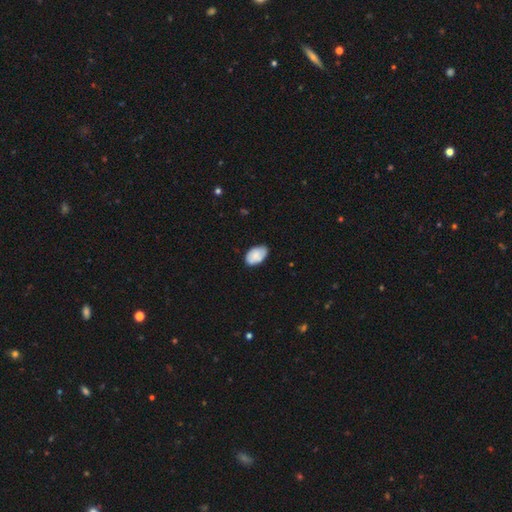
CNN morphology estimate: smooth 72%, featured or disk 21%, star or artifact 7%. Down the decision tree: how rounded — in between (93%); merging — none (73%).